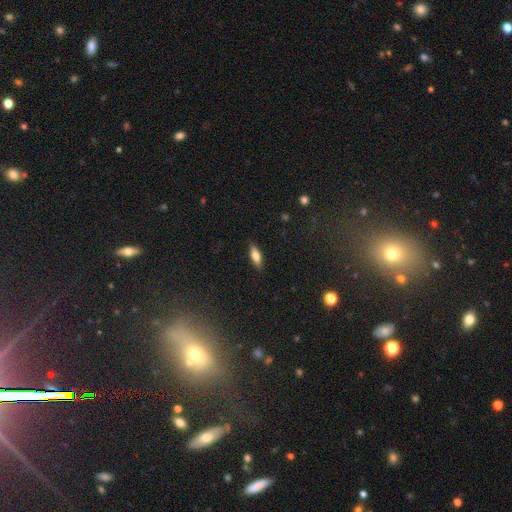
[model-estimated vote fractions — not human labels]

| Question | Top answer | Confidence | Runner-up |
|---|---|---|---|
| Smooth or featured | smooth | 71% | featured or disk (22%) |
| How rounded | in between | 69% | cigar-shaped (29%) |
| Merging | none | 88% | minor disturbance (9%) |